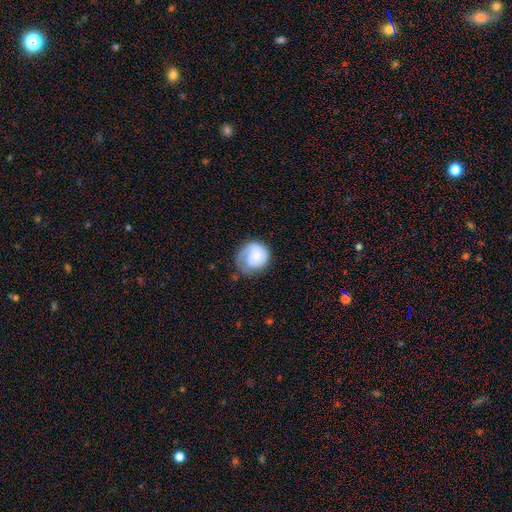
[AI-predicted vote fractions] A smooth galaxy with no disk features (49%). Merging: none (49%).